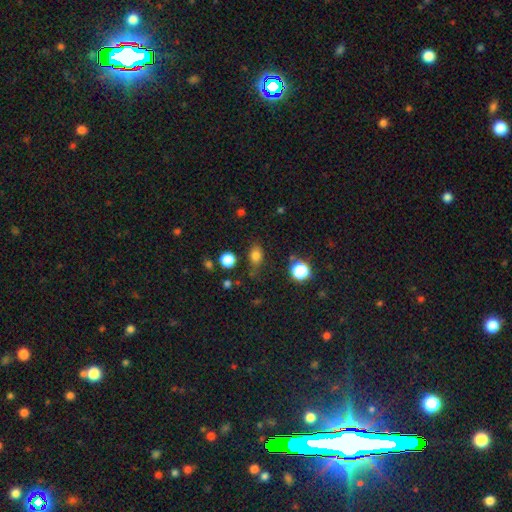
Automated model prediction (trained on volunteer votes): Overall: smooth (79%). How rounded: in between (68%; round 29%). Merging: none (73%).